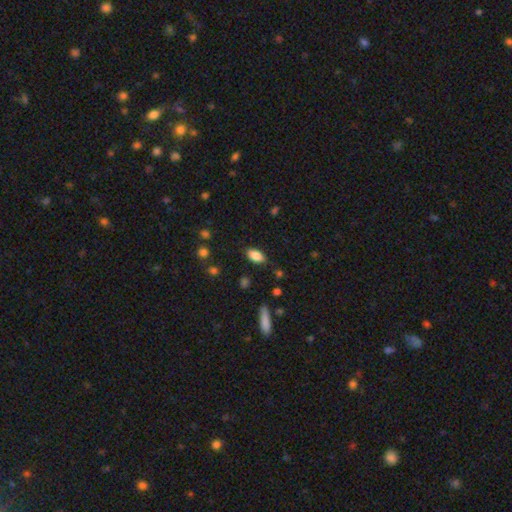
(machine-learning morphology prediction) type=smooth (85%); roundness=in between (90%); merging=none (83%).